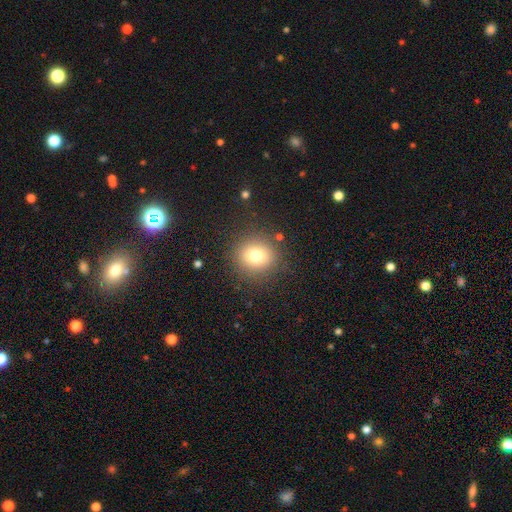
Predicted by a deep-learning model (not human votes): A smooth galaxy with no disk features (76%) that is round (89%).

Vote fractions:
- Smooth or featured? smooth: 76% / star or artifact: 14% / featured or disk: 11%
- How rounded? round: 89% / in between: 10% / cigar-shaped: 1%
- Merging? none: 87% / minor disturbance: 8% / major disturbance: 4% / merger: 2%